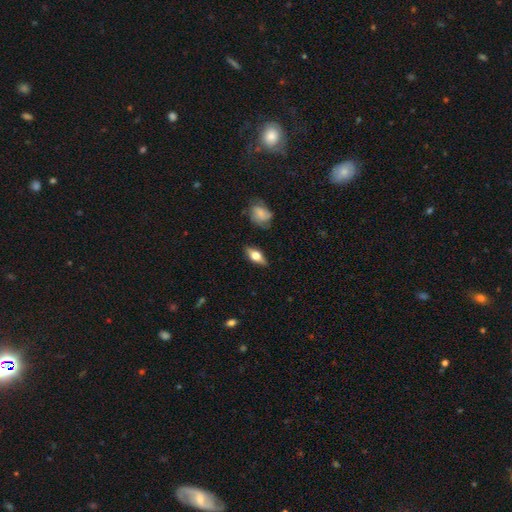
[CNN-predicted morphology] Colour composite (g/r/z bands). It shows a smooth galaxy with no disk features (49%). Merging: none (81%).